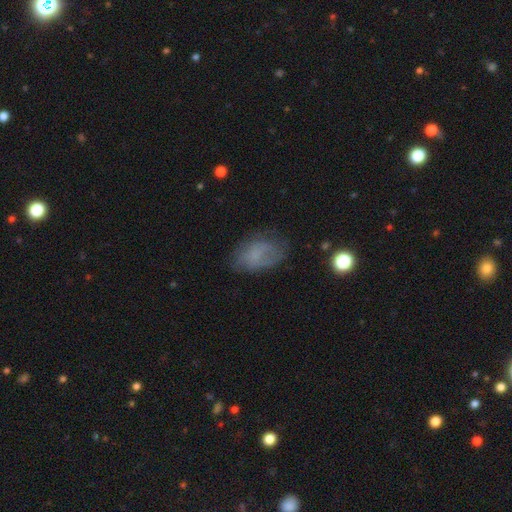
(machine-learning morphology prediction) smooth 61%, featured or disk 27%, star or artifact 12%. Down the decision tree: how rounded — in between (88%); merging — none (58%).